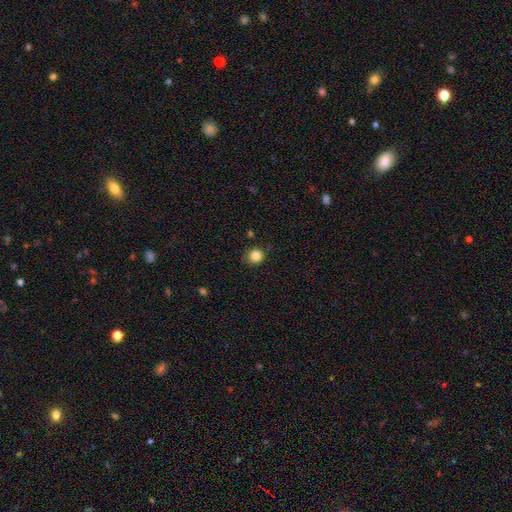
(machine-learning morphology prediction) Smooth or featured?
  - smooth: 85% *
  - star or artifact: 11%
  - featured or disk: 4%
How rounded?
  - round: 89% *
  - in between: 10%
  - cigar-shaped: 1%
Merging?
  - none: 81% *
  - minor disturbance: 14%
  - major disturbance: 3%
  - merger: 2%